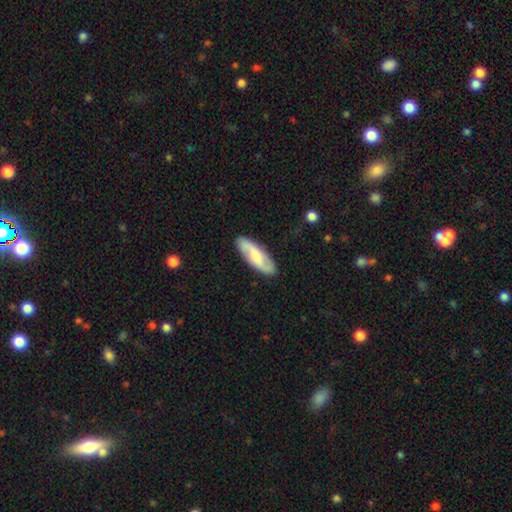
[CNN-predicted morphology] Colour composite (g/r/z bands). It shows a featured or disk galaxy (53%). Merging: none (86%).